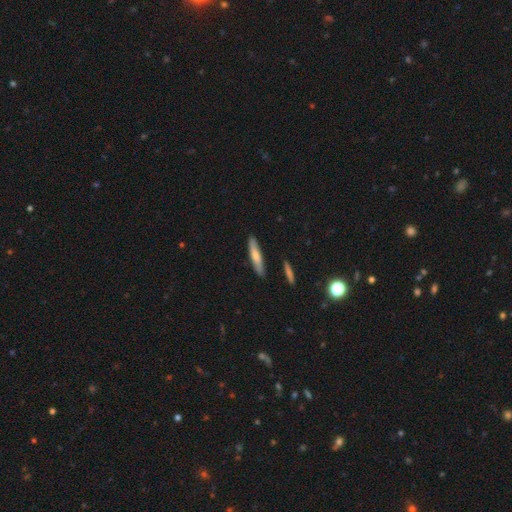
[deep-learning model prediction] smooth_or_featured: smooth (p=0.63) [alt: featured or disk p=0.32]
how_rounded: cigar-shaped (p=0.87) [alt: in between p=0.11]
merging: none (p=0.86) [alt: minor disturbance p=0.10]